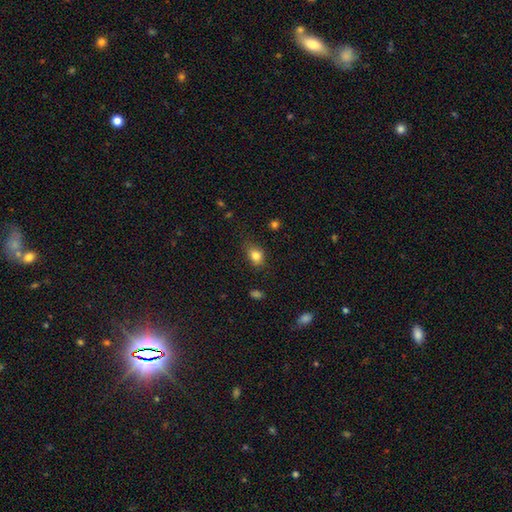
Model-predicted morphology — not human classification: This is clearly a smooth galaxy (82%). How rounded: likely in between (63%). Merging: likely none (73%).